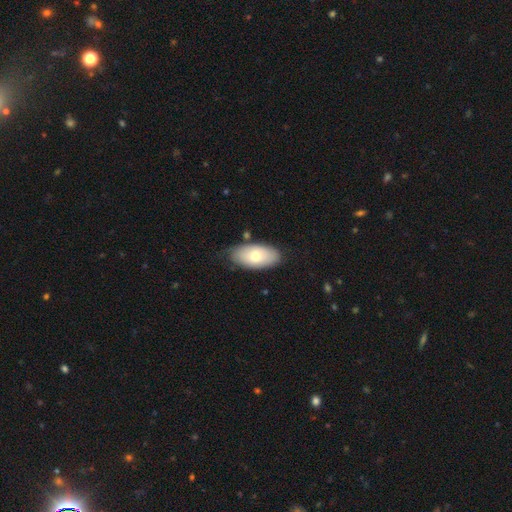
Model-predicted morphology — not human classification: Q: Smooth or featured?
A: smooth (68%); runner-up: featured or disk (26%)
Q: How rounded?
A: in between (93%); runner-up: round (4%)
Q: Merging?
A: none (77%); runner-up: minor disturbance (16%)